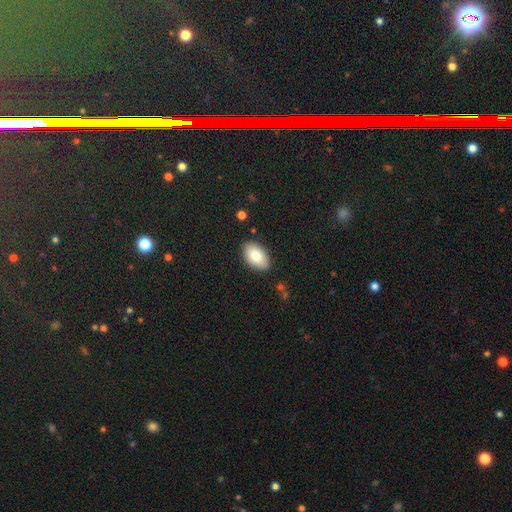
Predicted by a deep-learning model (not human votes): Smooth or featured?
  - smooth: 80% *
  - featured or disk: 14%
  - star or artifact: 7%
How rounded?
  - in between: 94% *
  - round: 5%
  - cigar-shaped: 1%
Merging?
  - none: 87% *
  - minor disturbance: 10%
  - major disturbance: 2%
  - merger: 2%